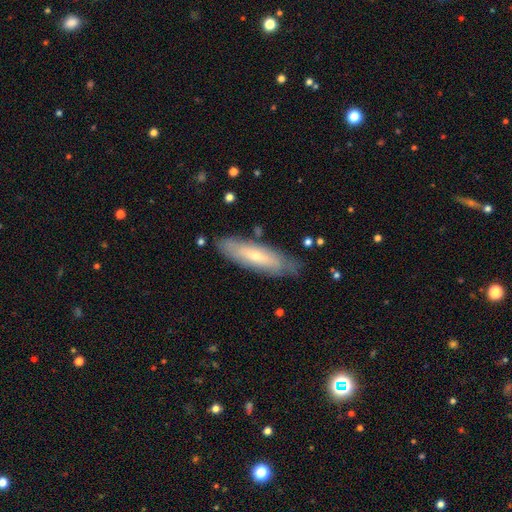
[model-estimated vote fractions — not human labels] Smooth or featured? Predicted: smooth (p=0.48). Merging? Predicted: none (p=0.80).